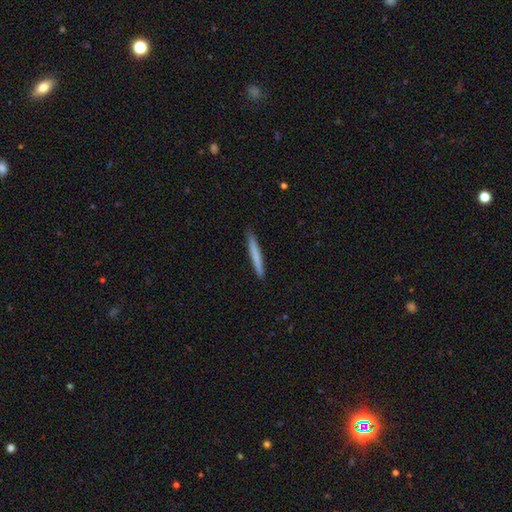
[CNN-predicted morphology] Smooth or featured? smooth (70%)
How rounded? cigar-shaped (97%)
Merging? none (90%)